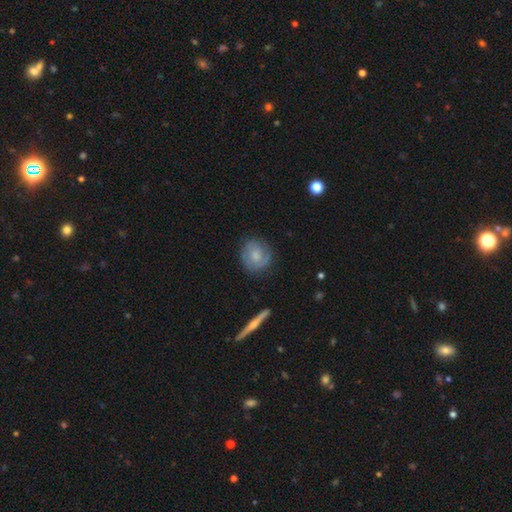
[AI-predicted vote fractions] Smooth or featured? Predicted: smooth (p=0.49). Merging? Predicted: none (p=0.78).